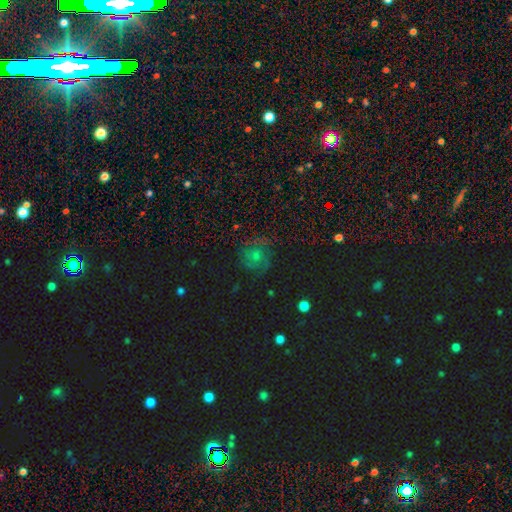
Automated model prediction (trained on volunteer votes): Smooth or featured: smooth — 34% (tied with featured or disk — 34%)
Merging: none — 71% (minor disturbance — 17%)